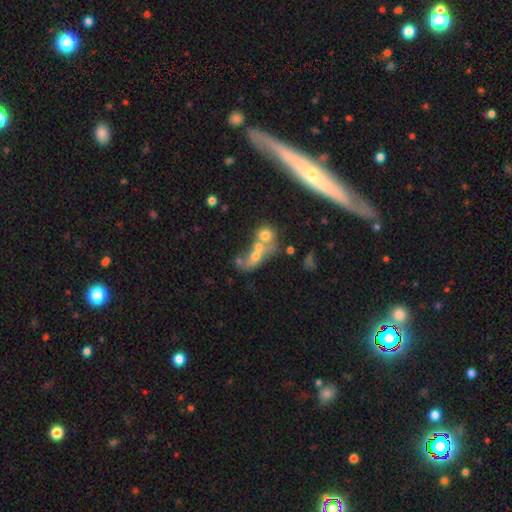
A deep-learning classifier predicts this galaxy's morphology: smooth-or-featured: smooth: 48% | featured or disk: 36% | star or artifact: 15%
  merging: merger: 60% | none: 19% | major disturbance: 12% | minor disturbance: 9%